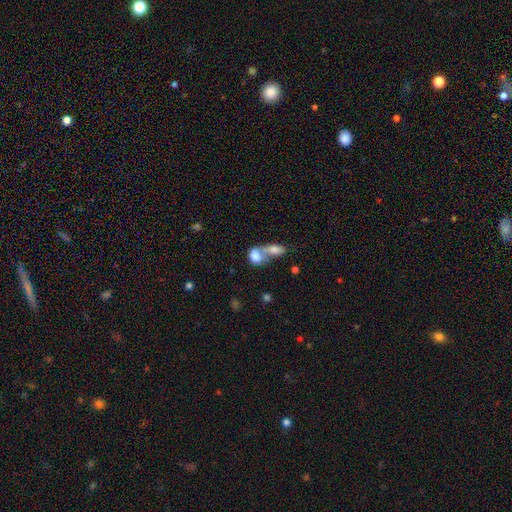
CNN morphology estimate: This is likely a smooth galaxy (77%). How rounded: likely in between (79%). Merging: likely merger (75%).